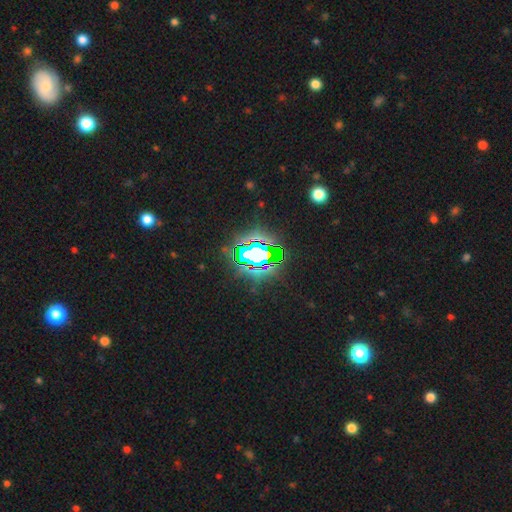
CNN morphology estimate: star or artifact 71%, smooth 15%, featured or disk 14%.